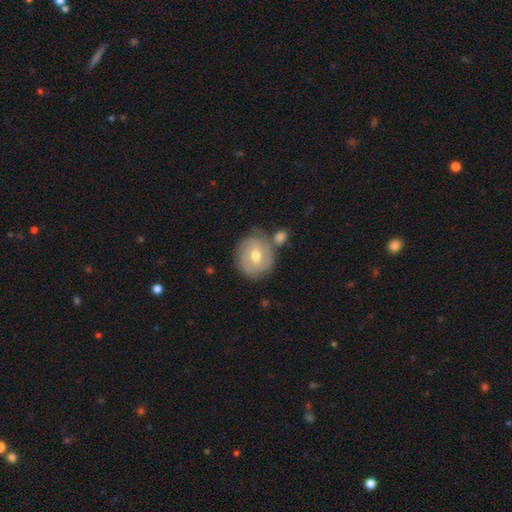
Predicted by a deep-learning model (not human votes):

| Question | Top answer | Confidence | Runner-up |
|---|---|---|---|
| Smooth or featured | featured or disk | 60% | smooth (33%) |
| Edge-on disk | no | 97% | yes (3%) |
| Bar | no | 46% | weak (44%) |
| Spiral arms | yes | 77% | no (23%) |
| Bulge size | moderate | 77% | small (18%) |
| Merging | none | 63% | minor disturbance (17%) |